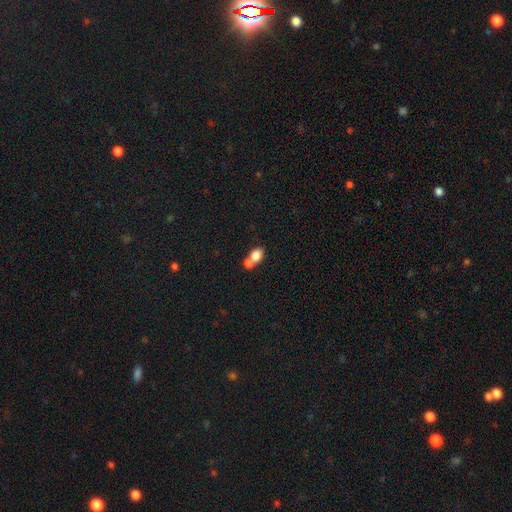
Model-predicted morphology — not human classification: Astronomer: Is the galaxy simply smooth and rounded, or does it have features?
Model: smooth — 81%.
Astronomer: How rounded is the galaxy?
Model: in between — 66%.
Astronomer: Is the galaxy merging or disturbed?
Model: merger — 63%.